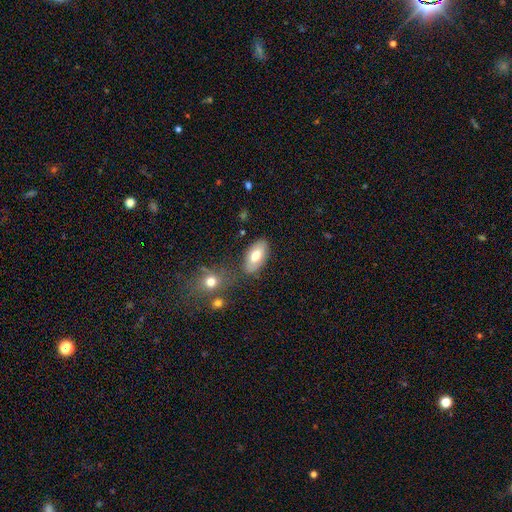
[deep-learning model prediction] Smooth or featured? Predicted: smooth (p=0.70). How rounded? Predicted: in between (p=0.93). Merging? Predicted: none (p=0.76).